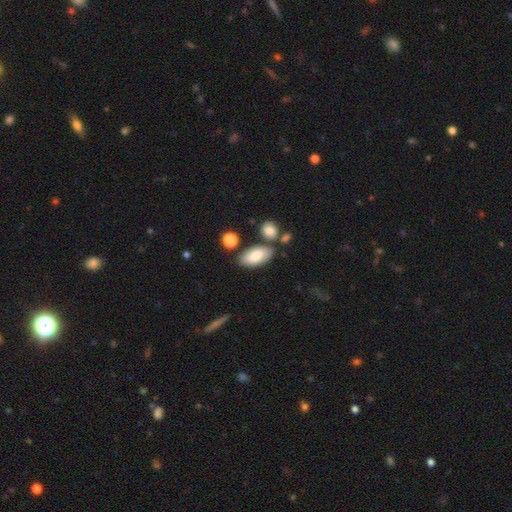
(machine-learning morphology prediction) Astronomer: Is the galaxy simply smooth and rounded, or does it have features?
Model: smooth — 82%.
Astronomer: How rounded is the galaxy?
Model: in between — 92%.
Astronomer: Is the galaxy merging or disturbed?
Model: none — 74%.